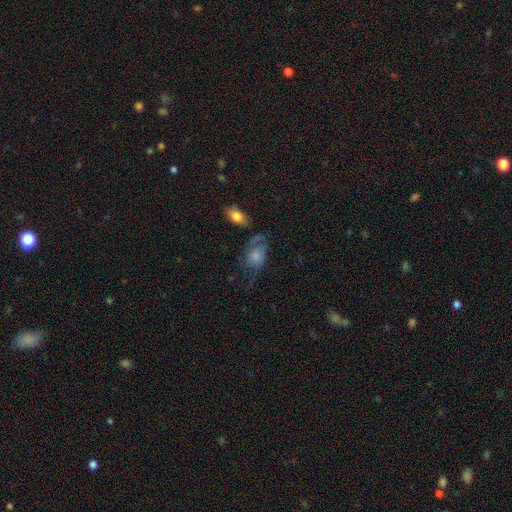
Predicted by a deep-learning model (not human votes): This appears to be a smooth galaxy with no disk features (65%) that is in between round and cigar-shaped (83%). Merging: none (34%).